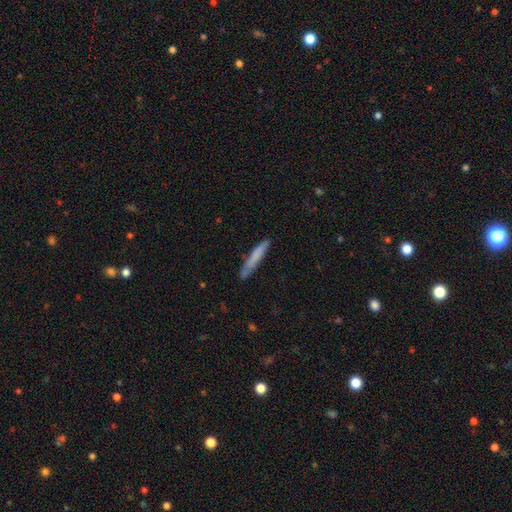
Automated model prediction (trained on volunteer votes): Morphology: type=smooth (69%); roundness=cigar-shaped (94%); merging=none (78%).